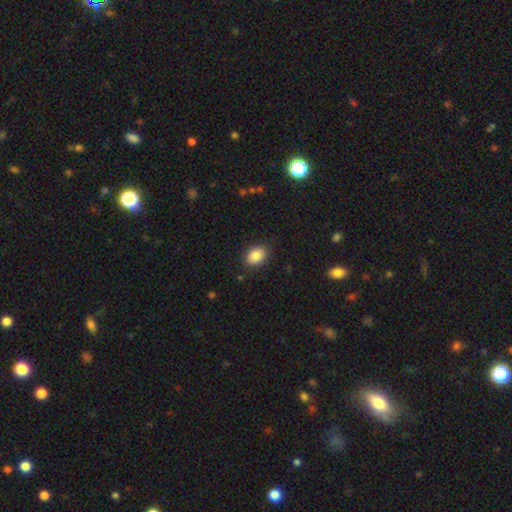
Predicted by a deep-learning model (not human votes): Morphology: type=smooth (85%); roundness=in between (67%); merging=none (87%).